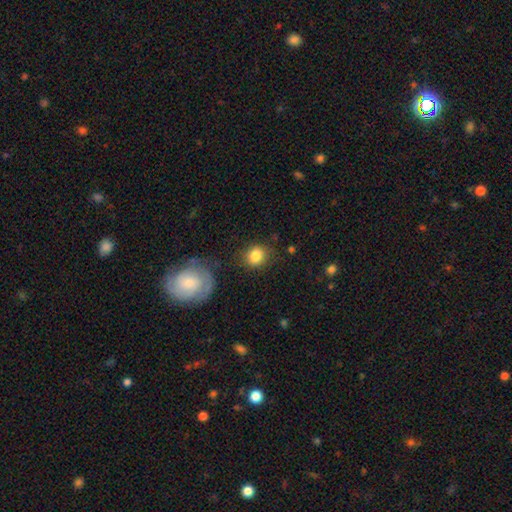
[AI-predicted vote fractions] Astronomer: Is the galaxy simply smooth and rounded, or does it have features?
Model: smooth — 85%.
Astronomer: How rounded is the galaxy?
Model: round — 71%.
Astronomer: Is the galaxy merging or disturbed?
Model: none — 77%.